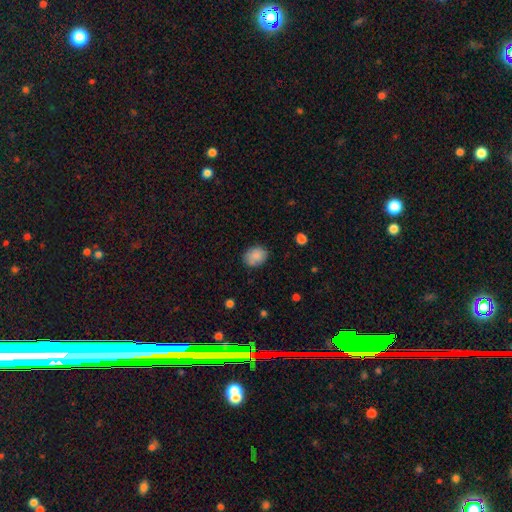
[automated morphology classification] Smooth or featured: smooth — 85% (star or artifact — 8%)
How rounded: in between — 61% (round — 38%)
Merging: none — 77% (minor disturbance — 17%)